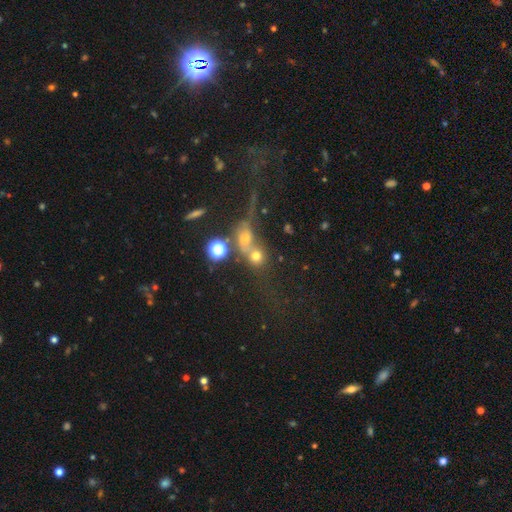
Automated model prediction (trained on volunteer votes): Smooth or featured: smooth — 36% (star or artifact — 35%)
Merging: merger — 50% (none — 25%)